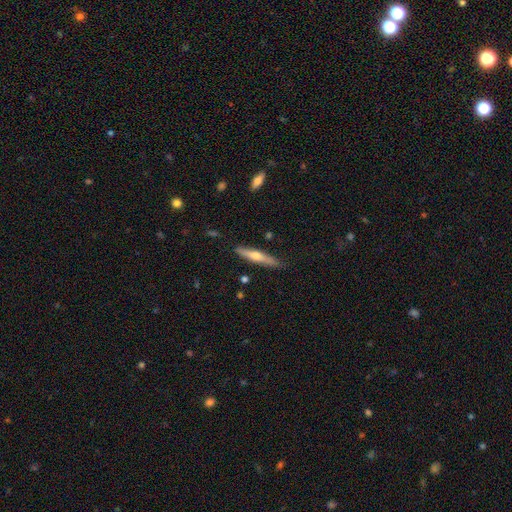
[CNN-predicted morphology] This appears to be a featured or disk galaxy (51%) viewed edge-on (94%). Merging: none (85%).